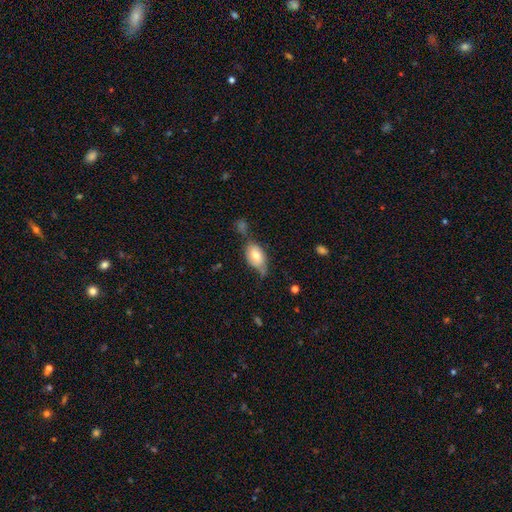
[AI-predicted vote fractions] Smooth or featured? Predicted: smooth (p=0.70). How rounded? Predicted: in between (p=0.86). Merging? Predicted: none (p=0.43).